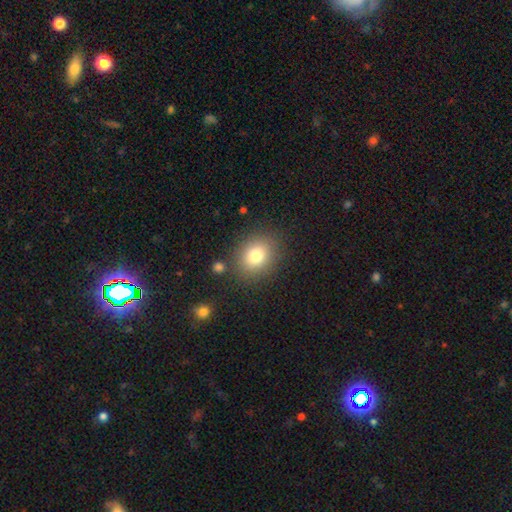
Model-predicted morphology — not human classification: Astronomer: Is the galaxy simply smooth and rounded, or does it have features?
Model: smooth — 79%.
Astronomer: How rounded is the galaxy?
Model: round — 60% (runner-up: in between, 39%).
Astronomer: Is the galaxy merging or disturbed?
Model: none — 83%.